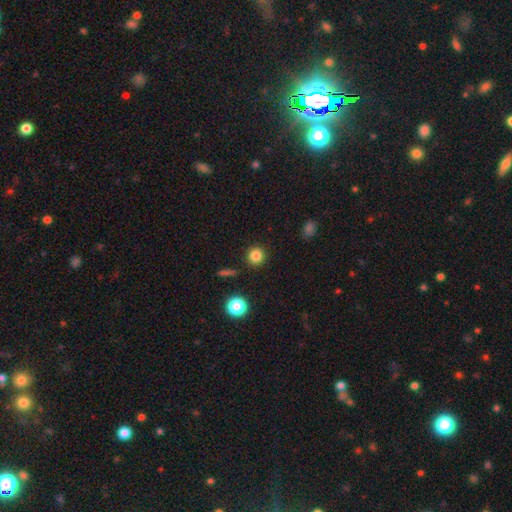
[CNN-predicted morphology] A smooth galaxy with no disk features (83%) that is round (92%).

Vote fractions:
- Smooth or featured? smooth: 83% / star or artifact: 12% / featured or disk: 5%
- How rounded? round: 92% / in between: 7% / cigar-shaped: 1%
- Merging? none: 90% / minor disturbance: 6% / major disturbance: 2% / merger: 2%